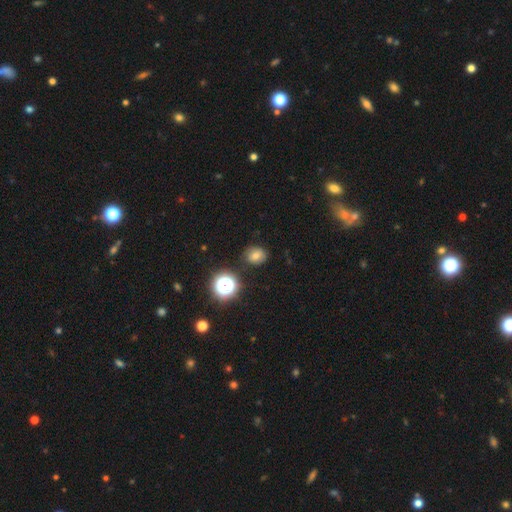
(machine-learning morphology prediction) The model was most divided on "how rounded": round: 61%, in between: 38%, cigar-shaped: 1%. More confident: merging — none (82%); smooth or featured — smooth (69%).